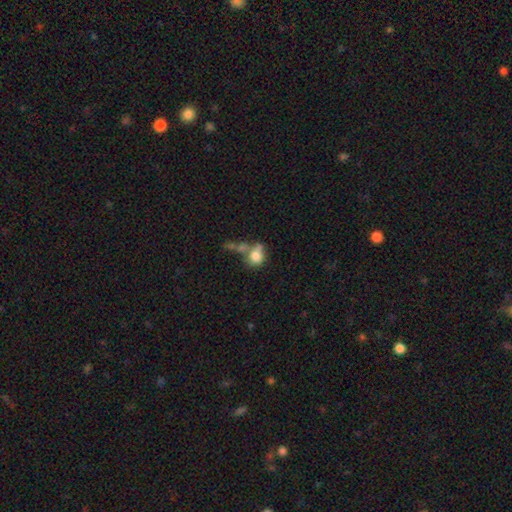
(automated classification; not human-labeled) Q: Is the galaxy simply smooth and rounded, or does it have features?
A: smooth — 73%.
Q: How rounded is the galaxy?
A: round — 57%.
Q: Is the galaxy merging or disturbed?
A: merger — 39%.